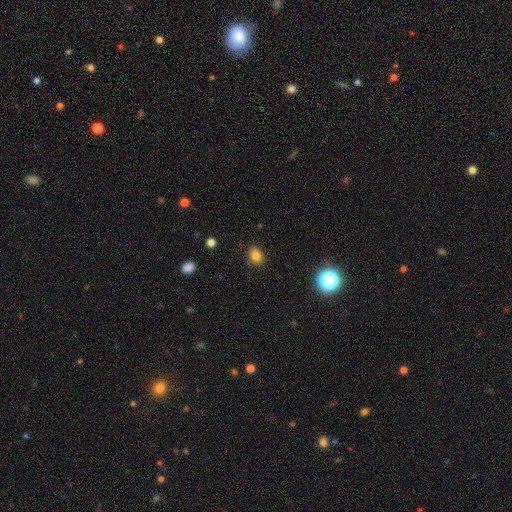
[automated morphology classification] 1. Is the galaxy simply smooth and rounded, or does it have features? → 81% smooth, 12% star or artifact, 7% featured or disk.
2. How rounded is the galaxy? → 77% in between, 22% round, 1% cigar-shaped.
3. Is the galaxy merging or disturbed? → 85% none, 11% minor disturbance, 3% major disturbance, 1% merger.